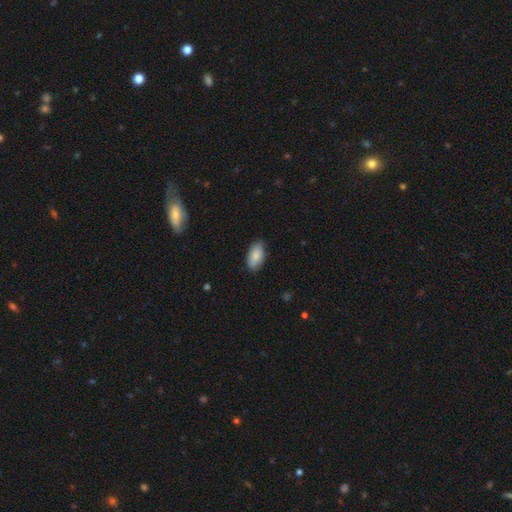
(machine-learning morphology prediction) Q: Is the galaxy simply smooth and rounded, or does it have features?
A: smooth — 86%.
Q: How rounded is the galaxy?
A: in between — 93%.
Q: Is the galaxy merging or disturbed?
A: none — 82%.